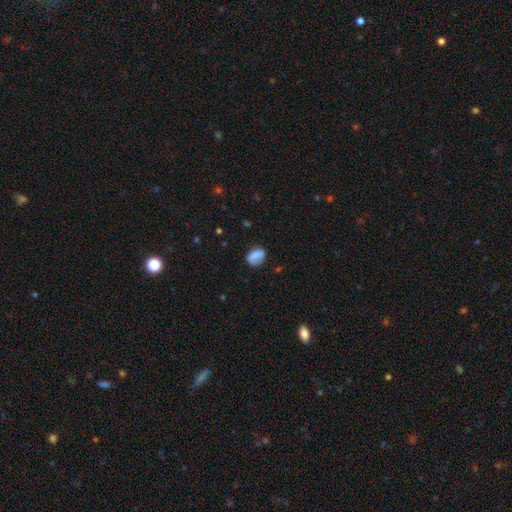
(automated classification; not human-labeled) Smooth or featured? Predicted: smooth (p=0.76). How rounded? Predicted: in between (p=0.64). Merging? Predicted: none (p=0.68).